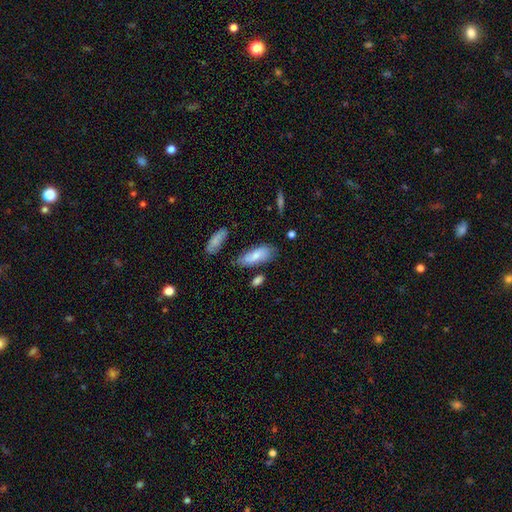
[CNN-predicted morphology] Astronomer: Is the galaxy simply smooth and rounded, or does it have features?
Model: smooth — 73%.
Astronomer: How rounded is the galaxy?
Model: in between — 80%.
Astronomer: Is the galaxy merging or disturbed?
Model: none — 67%.